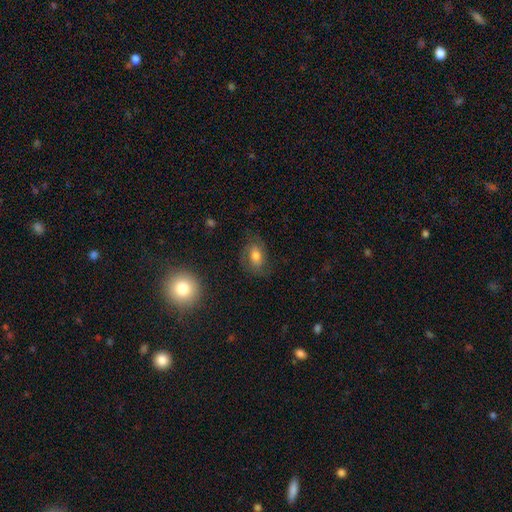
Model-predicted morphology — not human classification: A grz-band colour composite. It shows a smooth galaxy with no disk features (45%). Merging: none (66%).